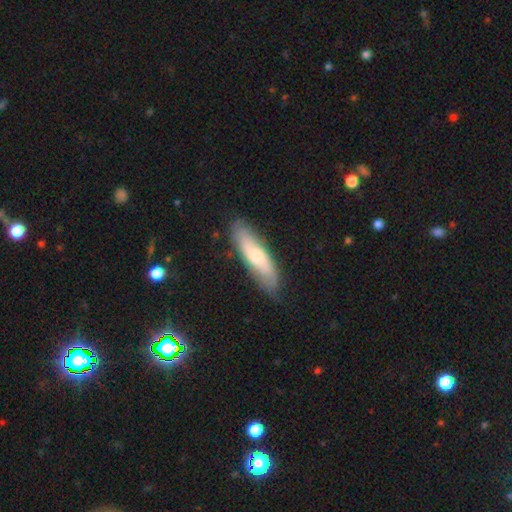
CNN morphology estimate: The model was most divided on "smooth or featured": smooth: 59%, featured or disk: 35%, star or artifact: 6%. More confident: merging — none (79%); how rounded — cigar-shaped (64%).